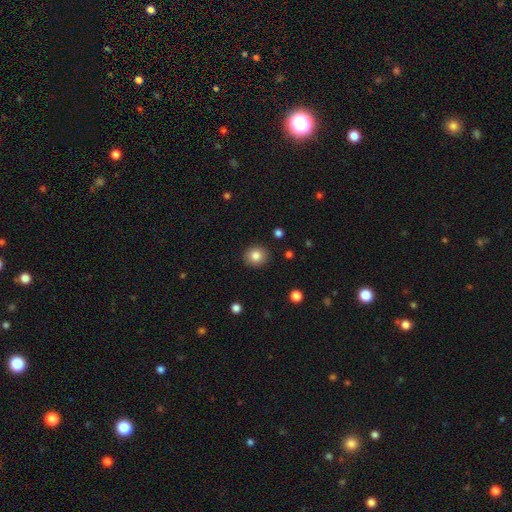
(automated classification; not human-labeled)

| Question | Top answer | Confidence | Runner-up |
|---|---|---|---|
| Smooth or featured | smooth | 84% | star or artifact (10%) |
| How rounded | round | 87% | in between (12%) |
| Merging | none | 91% | minor disturbance (6%) |